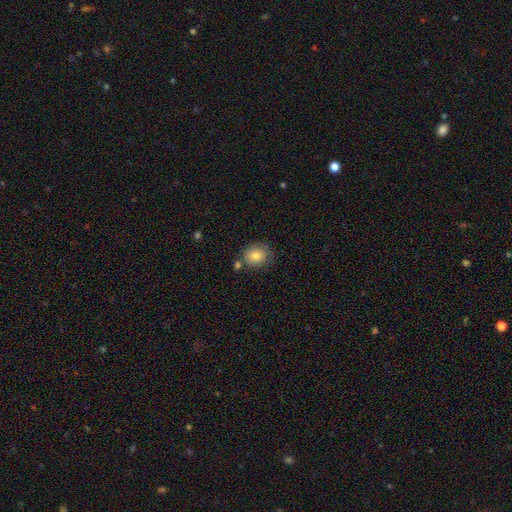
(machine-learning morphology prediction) smooth 80%, featured or disk 11%, star or artifact 9%. Down the decision tree: how rounded — round (73%); merging — none (71%).